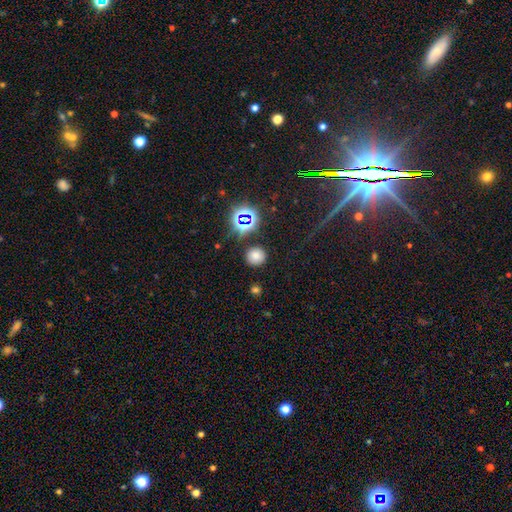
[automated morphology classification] smooth 72%, star or artifact 21%, featured or disk 7%. Down the decision tree: how rounded — round (92%); merging — none (88%).